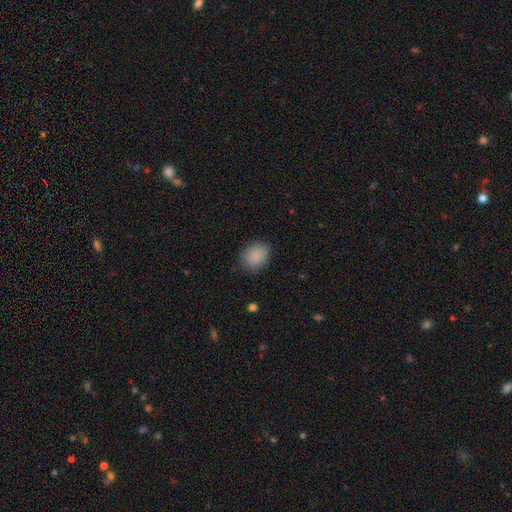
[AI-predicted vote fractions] smooth-or-featured: smooth: 88% | star or artifact: 8% | featured or disk: 4%
  how-rounded: round: 54% | in between: 45% | cigar-shaped: 1%
  merging: none: 83% | minor disturbance: 13% | major disturbance: 3% | merger: 1%